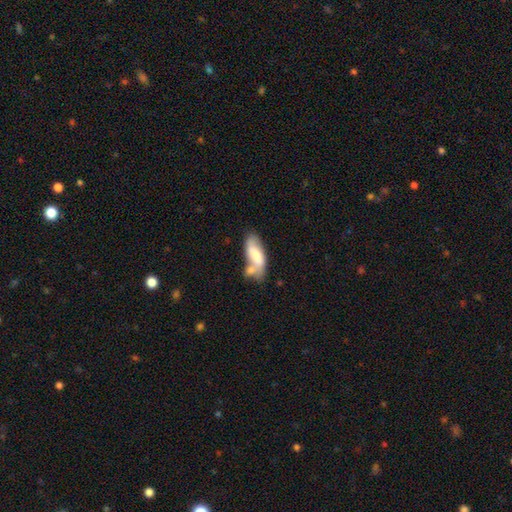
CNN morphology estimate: Smooth or featured? smooth (65%)
How rounded? in between (73%)
Merging? merger (39%)